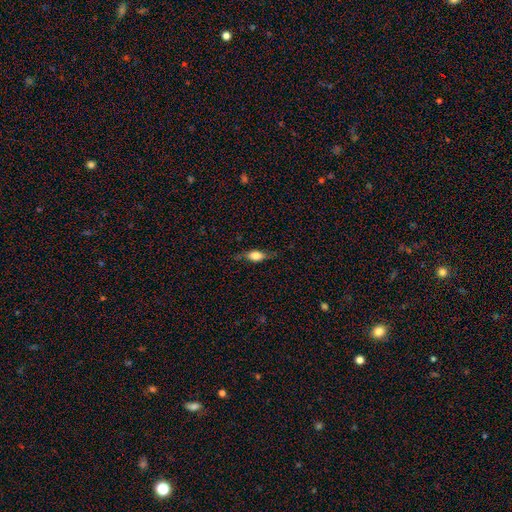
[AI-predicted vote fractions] smooth-or-featured: smooth: 64% | featured or disk: 28% | star or artifact: 8%
  how-rounded: in between: 73% | cigar-shaped: 19% | round: 8%
  merging: none: 69% | minor disturbance: 22% | major disturbance: 8% | merger: 1%